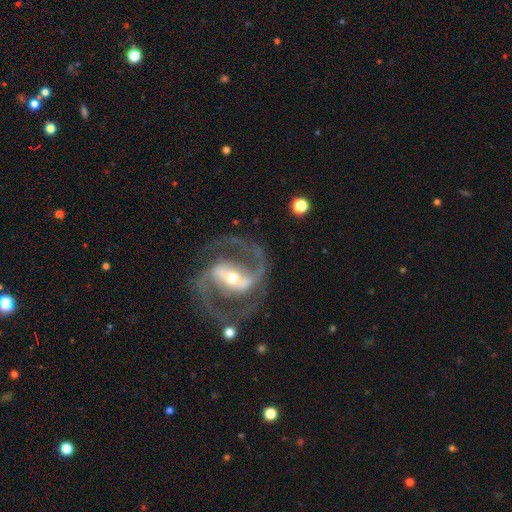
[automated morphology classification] Smooth or featured? featured or disk (93%)
Edge-on disk? no (97%)
Bar? strong (66%)
Spiral arms? yes (98%)
Spiral winding? medium (65%)
Spiral arm count? 2 (94%)
Bulge size? moderate (50%)
Merging? none (78%)